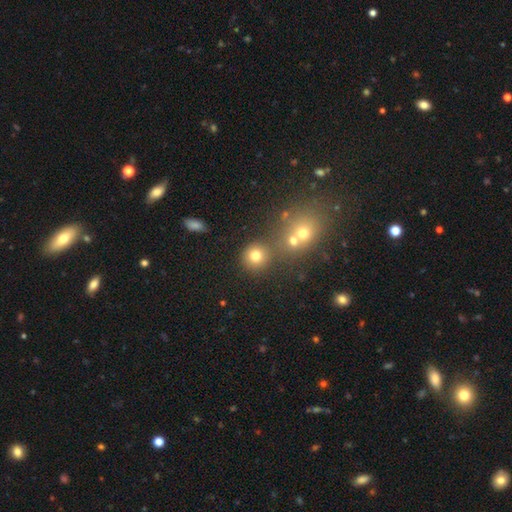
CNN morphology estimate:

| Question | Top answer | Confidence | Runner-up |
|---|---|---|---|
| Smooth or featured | smooth | 77% | star or artifact (15%) |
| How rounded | round | 90% | in between (9%) |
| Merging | none | 71% | merger (17%) |